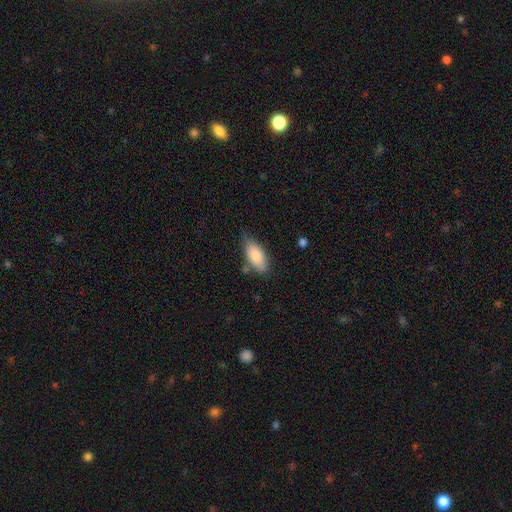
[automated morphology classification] Smooth or featured? smooth (81%)
How rounded? in between (87%)
Merging? none (67%)